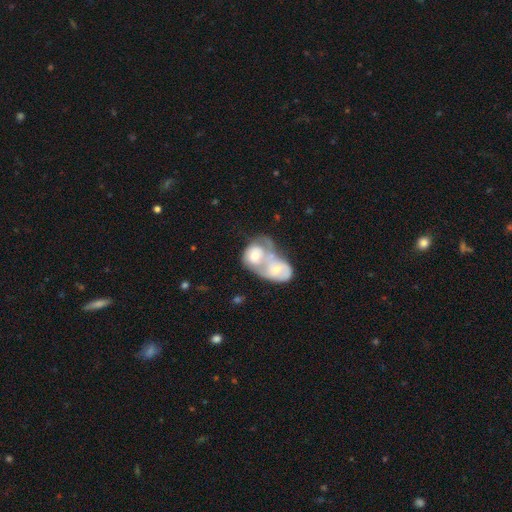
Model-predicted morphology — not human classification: Smooth or featured? Predicted: featured or disk (p=0.56). Edge-on disk? Predicted: no (p=0.95). Bar? Predicted: no (p=0.78). Spiral arms? Predicted: no (p=0.57). Bulge size? Predicted: moderate (p=0.47). Merging? Predicted: merger (p=0.75).